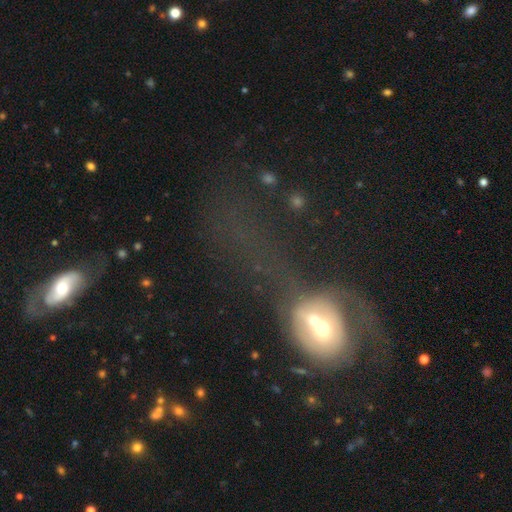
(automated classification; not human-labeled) Smooth or featured?
  - featured or disk: 44% *
  - smooth: 38%
  - star or artifact: 19%
Merging?
  - major disturbance: 39% *
  - merger: 33%
  - none: 17%
  - minor disturbance: 10%